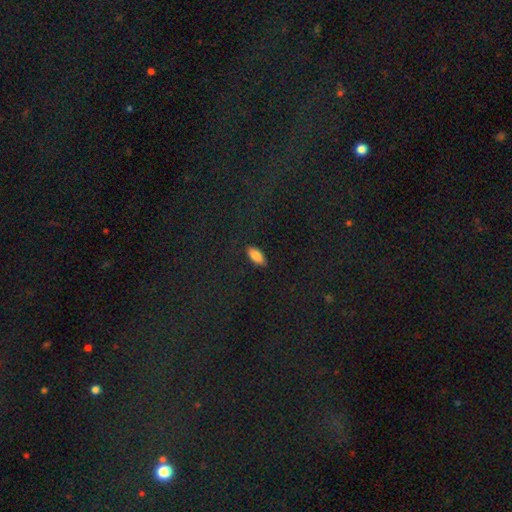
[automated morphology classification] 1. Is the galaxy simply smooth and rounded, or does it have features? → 84% smooth, 8% featured or disk, 8% star or artifact.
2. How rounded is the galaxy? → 88% in between, 10% cigar-shaped, 2% round.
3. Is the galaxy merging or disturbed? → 87% none, 9% minor disturbance, 2% major disturbance, 1% merger.